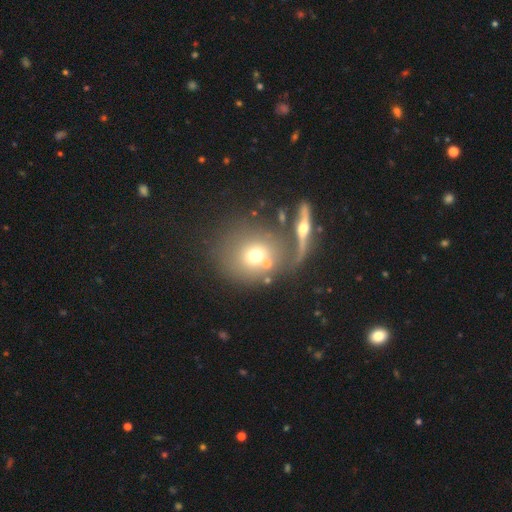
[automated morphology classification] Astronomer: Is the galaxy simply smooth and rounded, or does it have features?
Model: smooth — 61%.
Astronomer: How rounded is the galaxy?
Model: round — 77%.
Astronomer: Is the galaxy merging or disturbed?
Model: none — 50% (runner-up: merger, 29%).